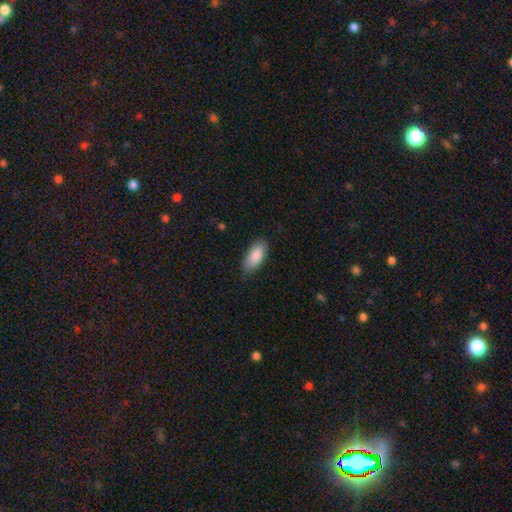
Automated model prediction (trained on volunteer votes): Smooth or featured? Predicted: smooth (p=0.88). How rounded? Predicted: in between (p=0.88). Merging? Predicted: none (p=0.80).